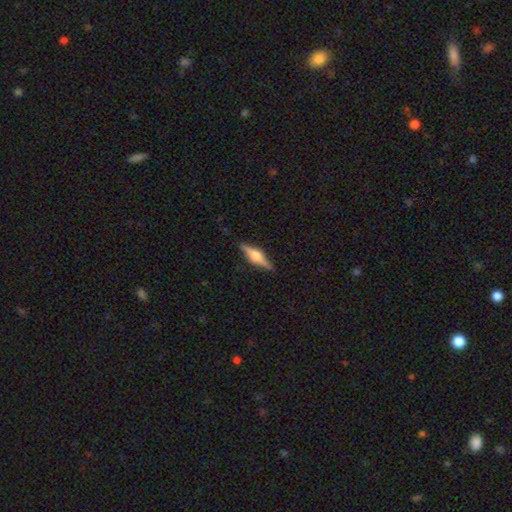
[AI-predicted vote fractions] A featured or disk galaxy (62%) viewed edge-on (96%) with a rounded central bulge (83%).

Vote fractions:
- Smooth or featured? featured or disk: 62% / smooth: 31% / star or artifact: 7%
- Edge-on disk? yes: 96% / no: 4%
- Edge-on bulge? rounded: 83% / boxy: 14% / none: 3%
- Merging? none: 87% / minor disturbance: 10% / major disturbance: 2% / merger: 1%